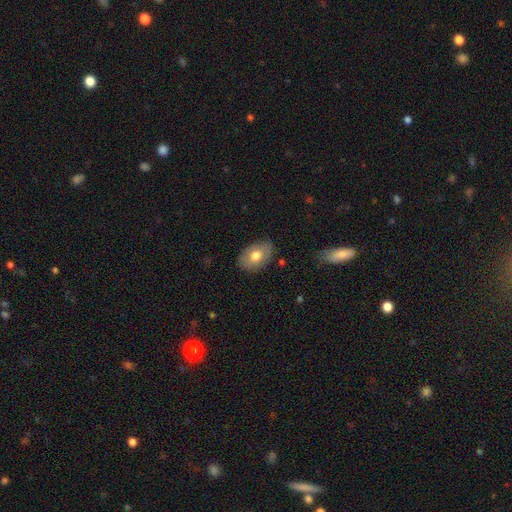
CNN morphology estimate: smooth_or_featured: smooth (p=0.71) [alt: featured or disk p=0.22]
how_rounded: in between (p=0.85) [alt: round p=0.14]
merging: none (p=0.81) [alt: minor disturbance p=0.15]